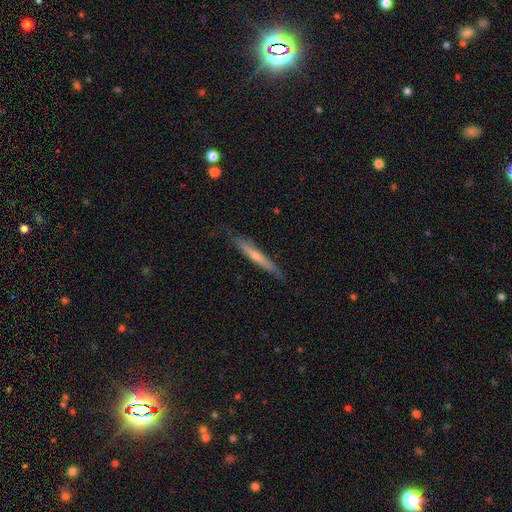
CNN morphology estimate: Smooth or featured: featured or disk — 54% (smooth — 30%)
Edge-on disk: yes — 91% (no — 9%)
Merging: none — 83% (minor disturbance — 12%)